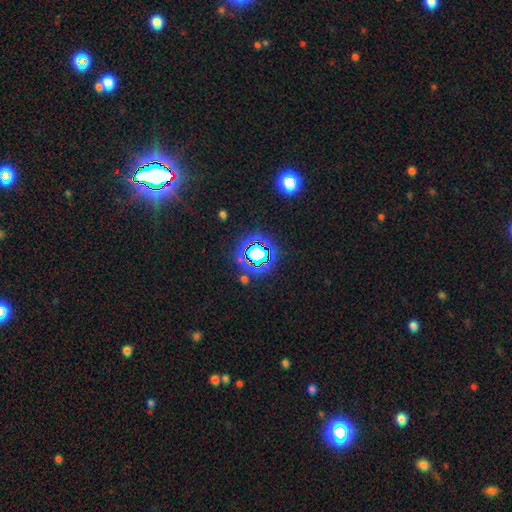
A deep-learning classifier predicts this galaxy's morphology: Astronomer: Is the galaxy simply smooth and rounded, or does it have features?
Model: star or artifact — 68%.